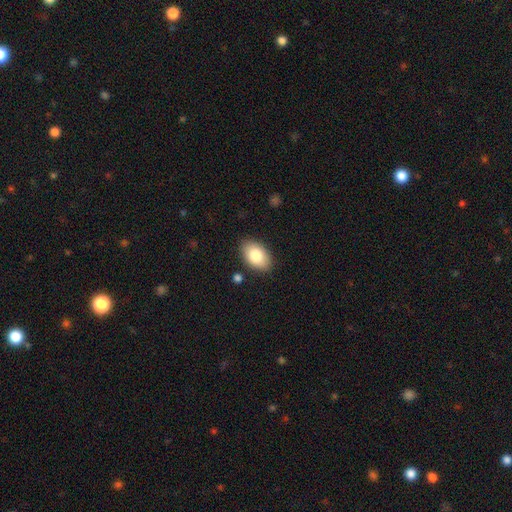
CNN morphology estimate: This is clearly a smooth galaxy (83%). How rounded: clearly in between (91%). Merging: clearly none (86%).